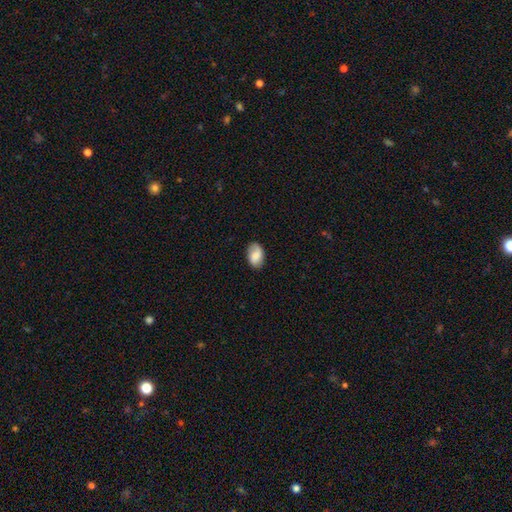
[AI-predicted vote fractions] The model was most divided on "smooth or featured": smooth: 74%, featured or disk: 19%, star or artifact: 7%. More confident: how rounded — in between (88%); merging — none (75%).